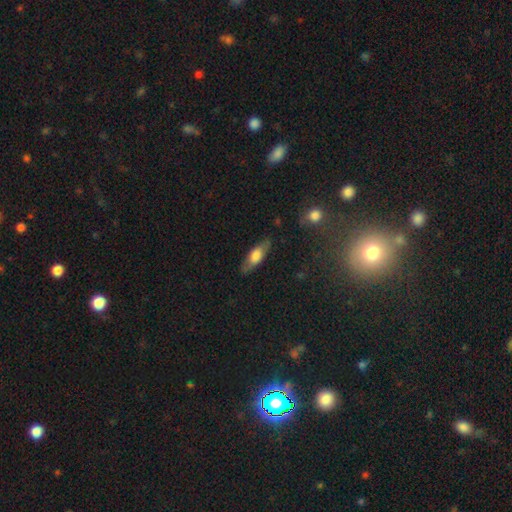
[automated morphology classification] This is possibly a smooth galaxy (58%). How rounded: possibly in between (56%). Merging: clearly none (83%).